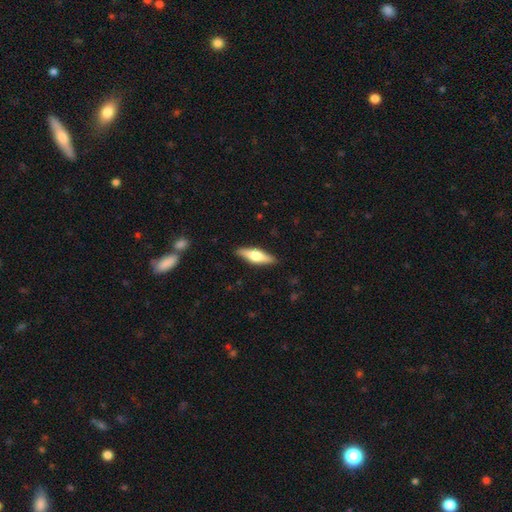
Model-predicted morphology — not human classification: Smooth or featured?
  - featured or disk: 53% *
  - smooth: 42%
  - star or artifact: 6%
Edge-on disk?
  - yes: 95% *
  - no: 5%
Merging?
  - none: 90% *
  - minor disturbance: 8%
  - major disturbance: 2%
  - merger: 1%